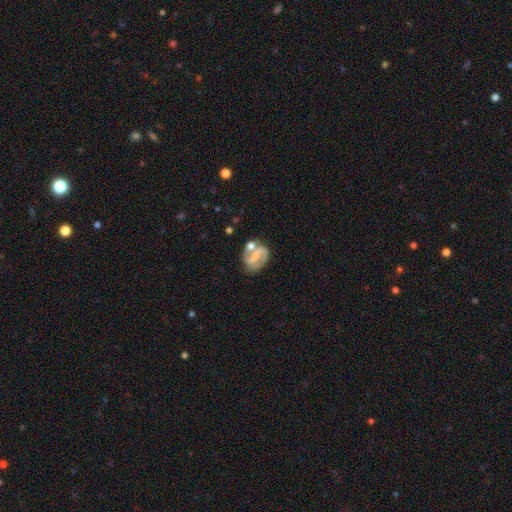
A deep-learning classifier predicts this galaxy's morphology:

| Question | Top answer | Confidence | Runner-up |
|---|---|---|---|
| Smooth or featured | featured or disk | 75% | smooth (18%) |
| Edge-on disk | no | 97% | yes (3%) |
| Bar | strong | 45% | weak (36%) |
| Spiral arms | yes | 85% | no (15%) |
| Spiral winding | medium | 43% | loose (37%) |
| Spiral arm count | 2 | 85% | can't tell (6%) |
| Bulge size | small | 46% | none (28%) |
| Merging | none | 51% | merger (21%) |